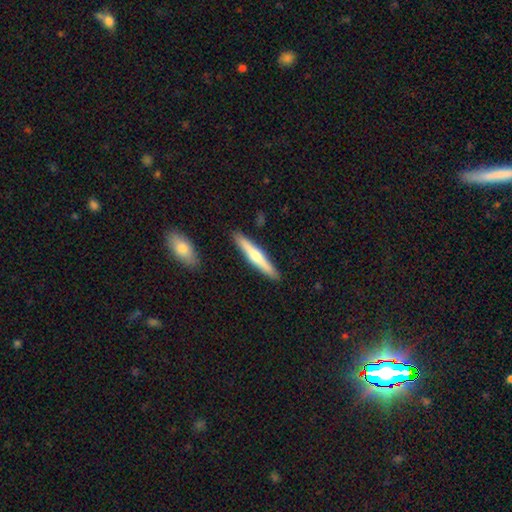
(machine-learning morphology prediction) Smooth or featured: smooth — 50% (featured or disk — 45%)
Merging: none — 90% (minor disturbance — 7%)